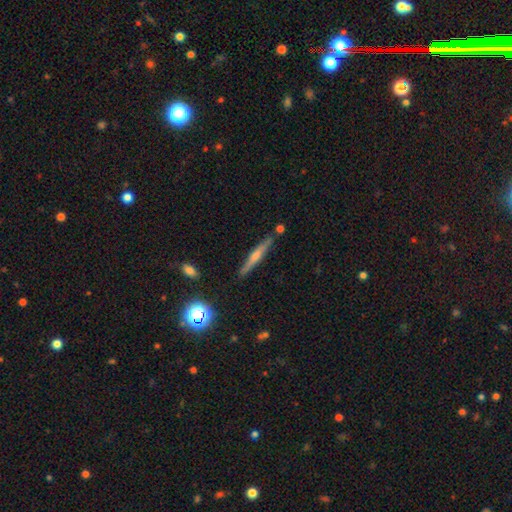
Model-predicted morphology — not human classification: Overall: featured or disk (68%). Edge-on disk: yes (96%). Edge-on bulge: rounded (81%). Merging: none (88%).